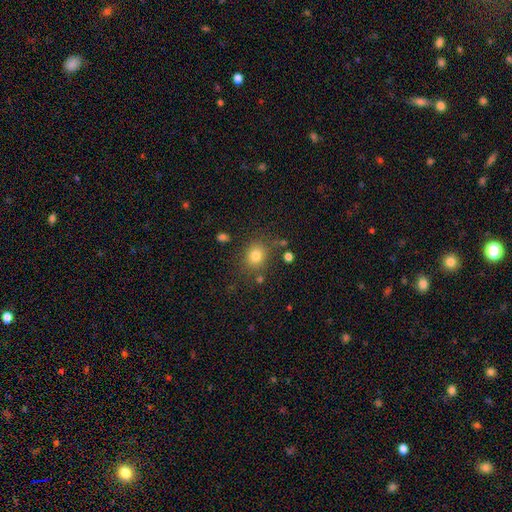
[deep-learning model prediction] This appears to be a smooth galaxy with no disk features (79%) that is round (69%). Merging: none (79%).